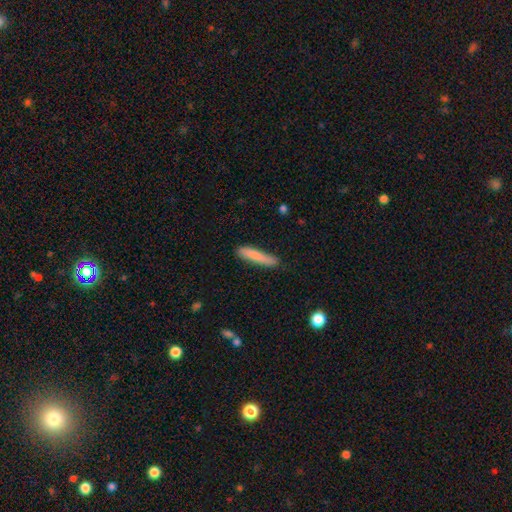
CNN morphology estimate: type=smooth (82%); roundness=cigar-shaped (91%); merging=none (79%).